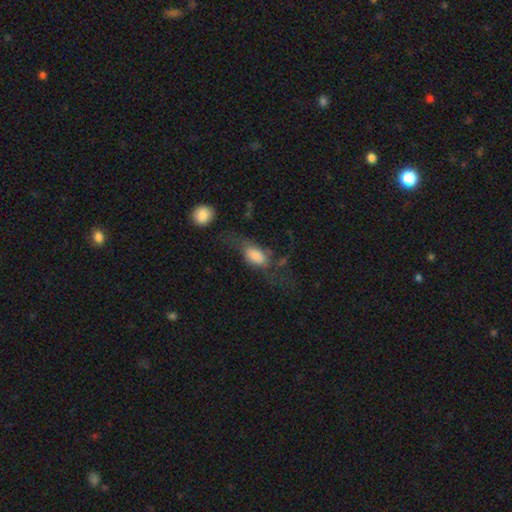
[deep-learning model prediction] Overall: smooth (65%; featured or disk 27%). How rounded: in between (86%). Merging: major disturbance (47%; none 27%).